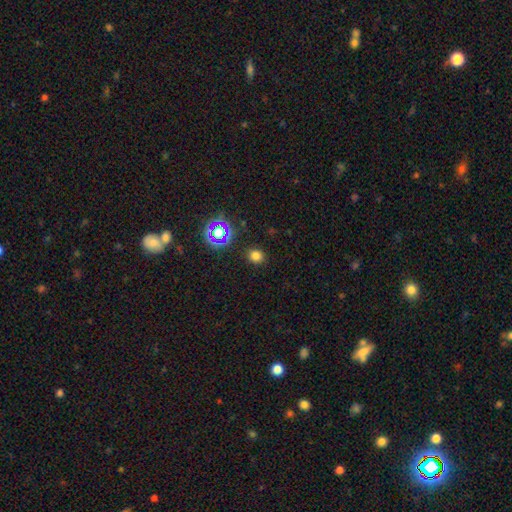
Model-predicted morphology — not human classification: This is likely a smooth galaxy (74%). How rounded: likely round (76%). Merging: clearly none (89%).